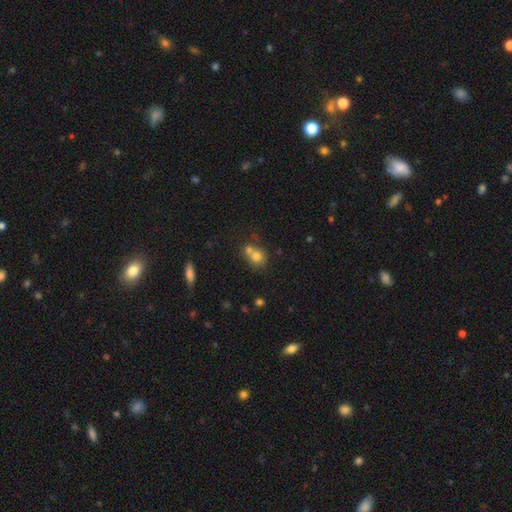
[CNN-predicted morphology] Smooth or featured: smooth — 74% (featured or disk — 14%)
How rounded: round — 73% (in between — 26%)
Merging: merger — 52% (none — 36%)